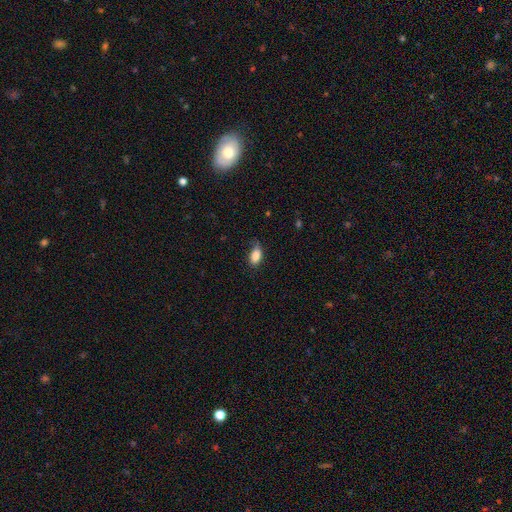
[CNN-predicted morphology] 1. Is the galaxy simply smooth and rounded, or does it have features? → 86% smooth, 8% star or artifact, 6% featured or disk.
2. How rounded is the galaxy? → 90% in between, 7% round, 3% cigar-shaped.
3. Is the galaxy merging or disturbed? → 67% none, 26% minor disturbance, 6% major disturbance, 1% merger.